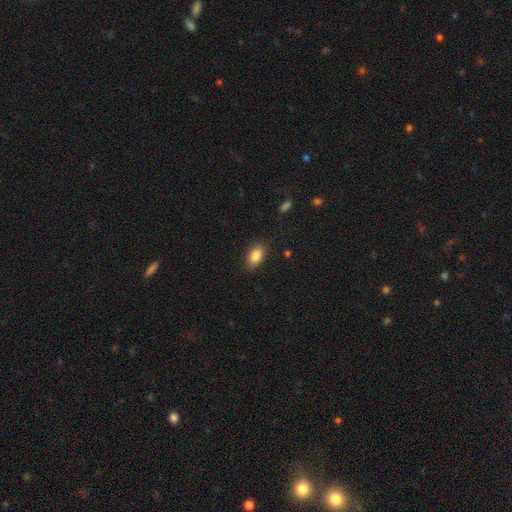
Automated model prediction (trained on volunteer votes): The model was most divided on "merging": none: 85%, minor disturbance: 11%, major disturbance: 3%, merger: 1%. More confident: how rounded — in between (89%); smooth or featured — smooth (86%).